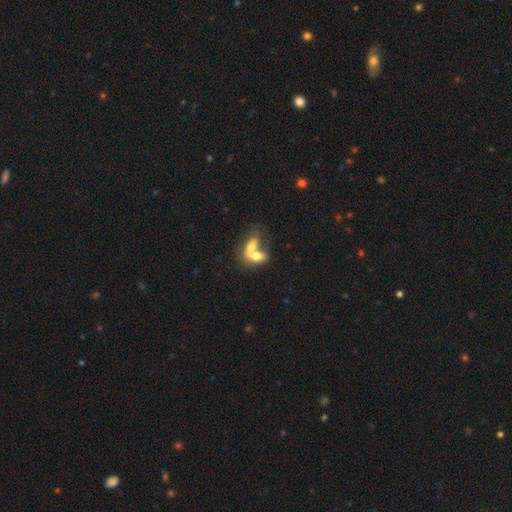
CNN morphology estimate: smooth 63%, featured or disk 30%, star or artifact 7%. Down the decision tree: how rounded — in between (81%); merging — merger (77%).